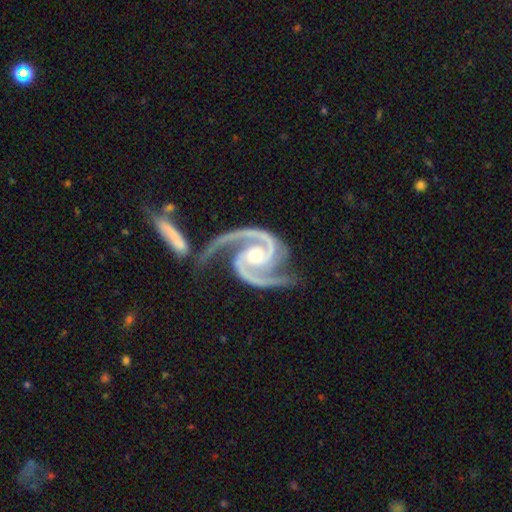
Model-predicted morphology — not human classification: A featured or disk galaxy (95%) with no bar (54%), 2 (91%) medium (56%) spiral arms (99%) and a moderate central bulge (63%). Merging: none (59%).